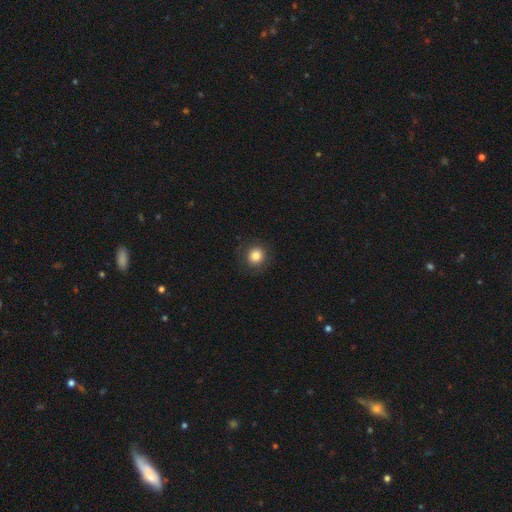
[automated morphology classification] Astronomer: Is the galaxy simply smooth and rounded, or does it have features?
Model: smooth — 84%.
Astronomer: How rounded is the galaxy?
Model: round — 91%.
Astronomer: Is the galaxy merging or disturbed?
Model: none — 89%.